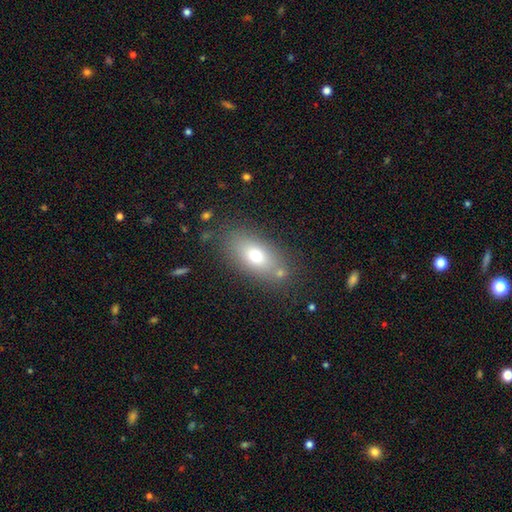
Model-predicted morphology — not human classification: smooth 71%, featured or disk 19%, star or artifact 11%. Down the decision tree: how rounded — in between (85%); merging — none (77%).